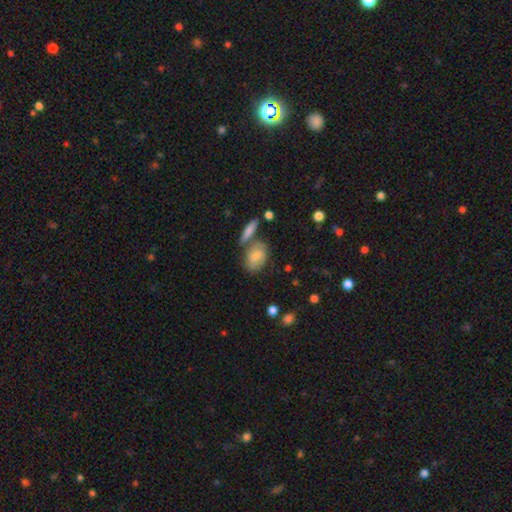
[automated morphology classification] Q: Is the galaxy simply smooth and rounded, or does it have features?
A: smooth — 66%.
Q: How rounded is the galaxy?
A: in between — 77%.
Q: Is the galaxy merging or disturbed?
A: none — 56%.